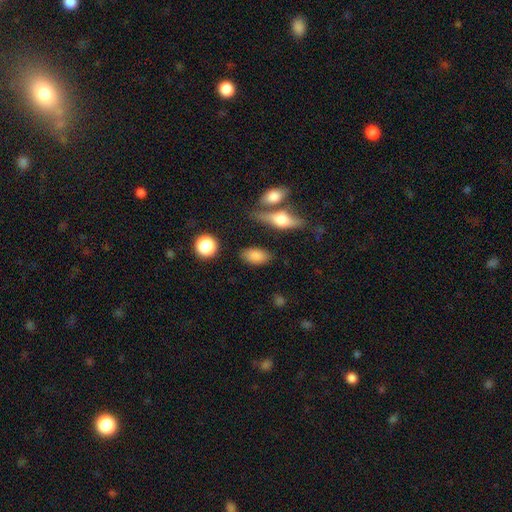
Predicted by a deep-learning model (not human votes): This is clearly a smooth galaxy (81%). How rounded: clearly in between (88%). Merging: likely none (78%).